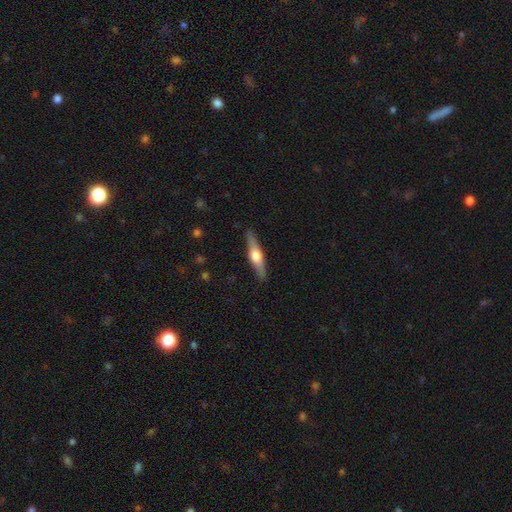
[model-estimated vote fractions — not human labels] featured or disk 65%, smooth 30%, star or artifact 5%. Down the decision tree: edge-on disk — yes (97%); edge-on bulge — rounded (92%); merging — none (89%).